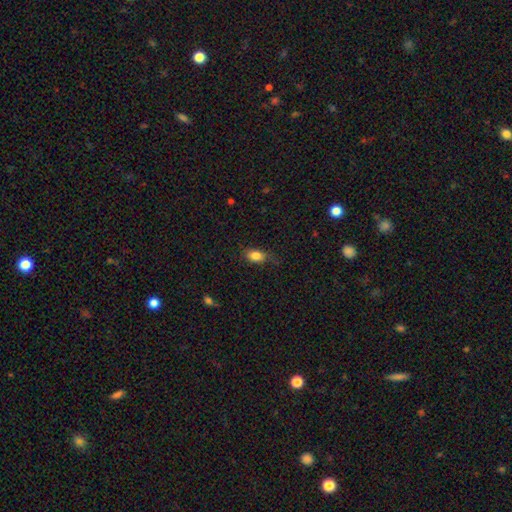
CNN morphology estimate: Q: Smooth or featured?
A: smooth (83%); runner-up: star or artifact (9%)
Q: How rounded?
A: in between (82%); runner-up: round (13%)
Q: Merging?
A: none (66%); runner-up: minor disturbance (25%)